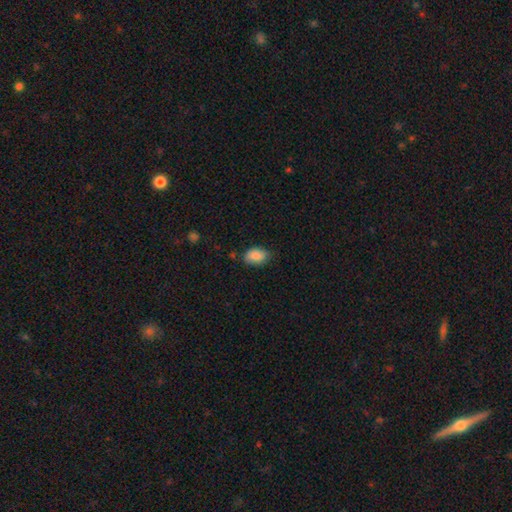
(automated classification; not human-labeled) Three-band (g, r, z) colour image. It shows a smooth galaxy with no disk features (87%) that is in between round and cigar-shaped (87%). Merging: none (74%).